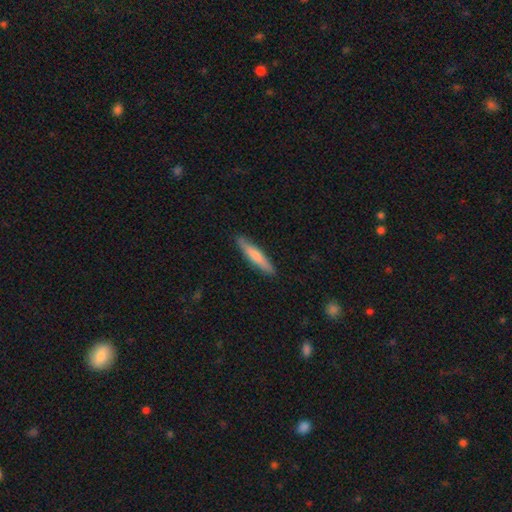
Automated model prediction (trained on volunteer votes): This is likely a smooth galaxy (68%). How rounded: clearly cigar-shaped (90%). Merging: clearly none (87%).